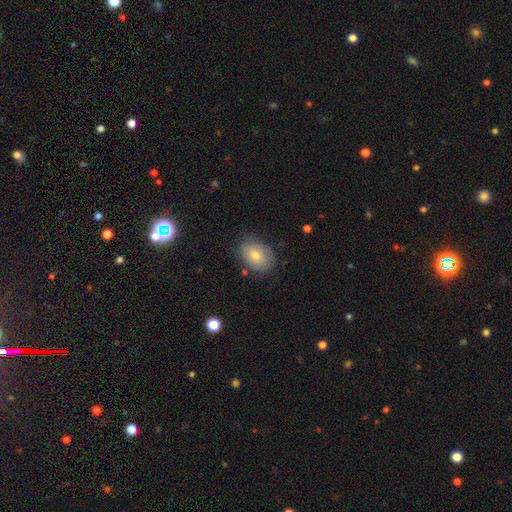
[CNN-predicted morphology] Smooth or featured?
  - smooth: 76% *
  - featured or disk: 14%
  - star or artifact: 10%
How rounded?
  - in between: 77% *
  - round: 21%
  - cigar-shaped: 1%
Merging?
  - none: 80% *
  - minor disturbance: 15%
  - major disturbance: 3%
  - merger: 2%